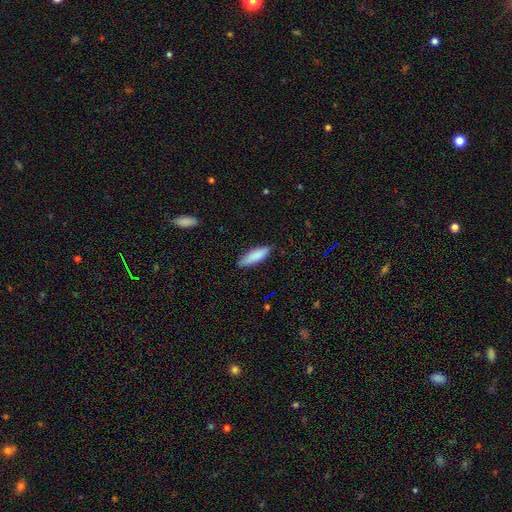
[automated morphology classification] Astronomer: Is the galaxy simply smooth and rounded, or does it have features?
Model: smooth — 87%.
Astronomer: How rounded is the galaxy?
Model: in between — 51% (runner-up: cigar-shaped, 48%).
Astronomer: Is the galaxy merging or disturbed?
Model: none — 84%.